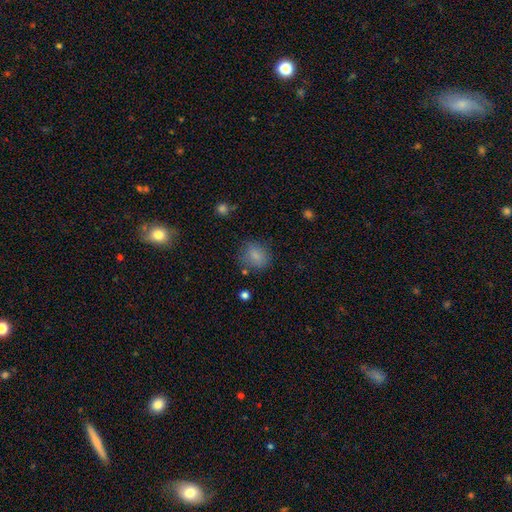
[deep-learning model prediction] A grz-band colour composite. It shows a smooth galaxy with no disk features (81%) that is round (59%). Merging: none (75%).